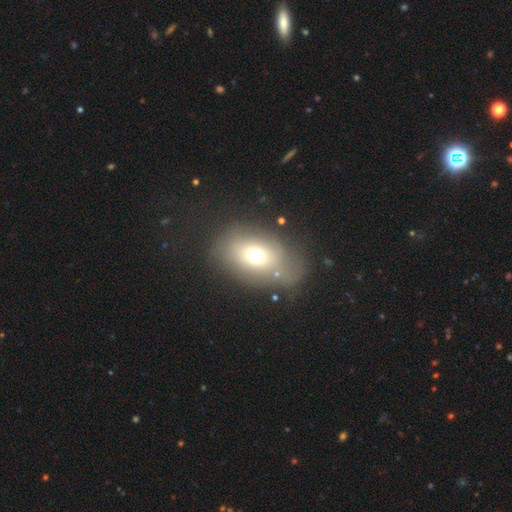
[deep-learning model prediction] A smooth galaxy with no disk features (67%) that is in between round and cigar-shaped (75%).

Vote fractions:
- Smooth or featured? smooth: 67% / featured or disk: 20% / star or artifact: 13%
- How rounded? in between: 75% / round: 24% / cigar-shaped: 1%
- Merging? none: 57% / minor disturbance: 22% / major disturbance: 16% / merger: 5%